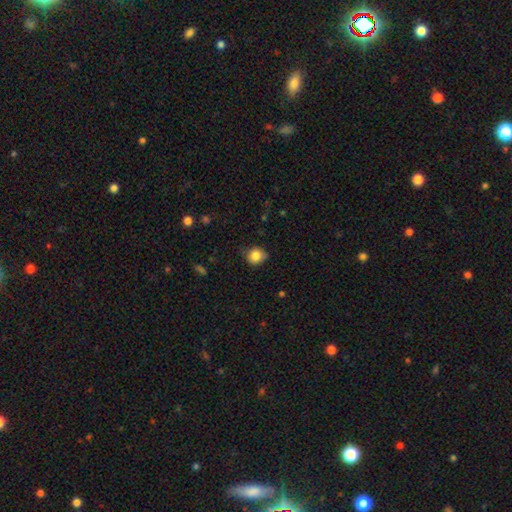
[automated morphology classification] This is clearly a smooth galaxy (83%). How rounded: likely round (74%). Merging: likely none (67%).